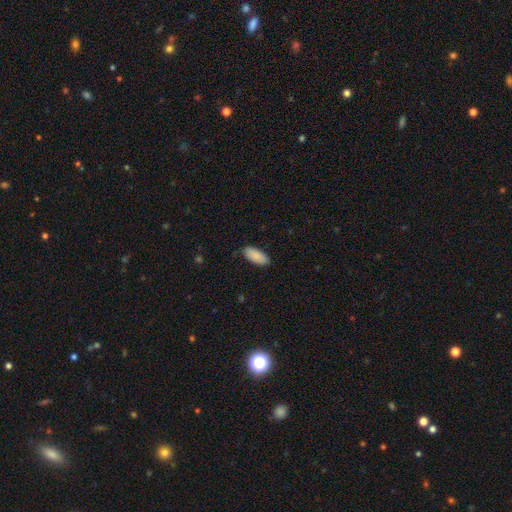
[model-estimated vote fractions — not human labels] Smooth or featured: smooth — 90% (star or artifact — 6%)
How rounded: in between — 89% (cigar-shaped — 10%)
Merging: none — 86% (minor disturbance — 11%)